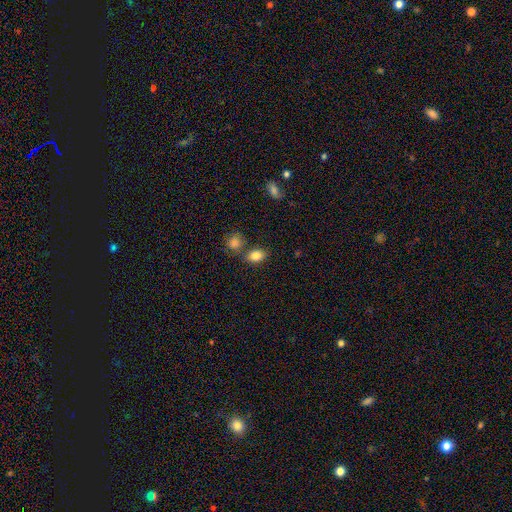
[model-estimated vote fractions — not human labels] Smooth or featured: smooth — 84% (star or artifact — 9%)
How rounded: in between — 76% (round — 23%)
Merging: none — 66% (merger — 17%)